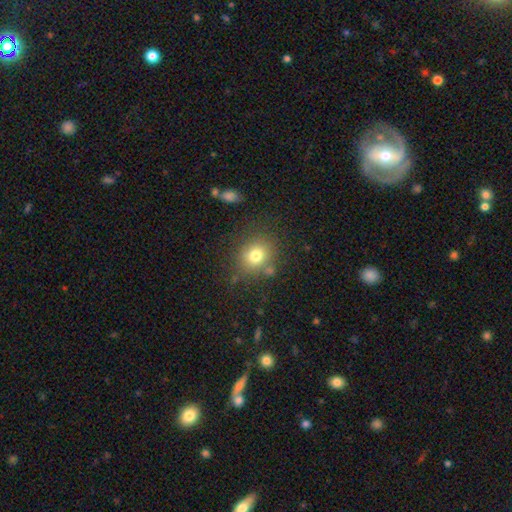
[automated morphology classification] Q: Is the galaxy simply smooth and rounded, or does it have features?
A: smooth — 76%.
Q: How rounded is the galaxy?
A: round — 72%.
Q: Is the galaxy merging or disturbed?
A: none — 77%.